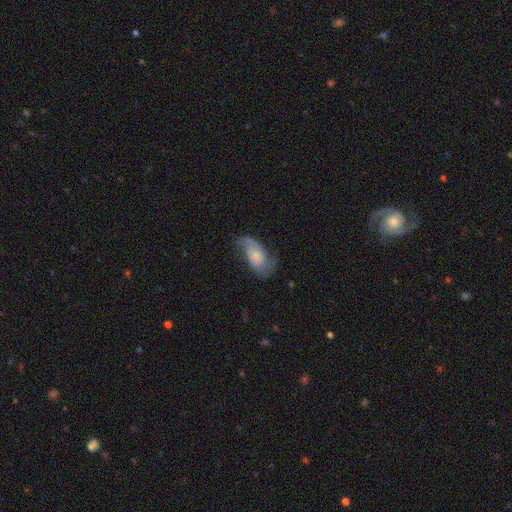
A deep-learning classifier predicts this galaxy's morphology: Overall: featured or disk (77%). Edge-on disk: no (97%). Bar: no (66%; weak 29%). Spiral arms: yes (94%). Spiral arm count: 2 (84%). Spiral winding: medium (42%; loose 40%). Bulge size: small (62%). Merging: none (61%; minor disturbance 23%).